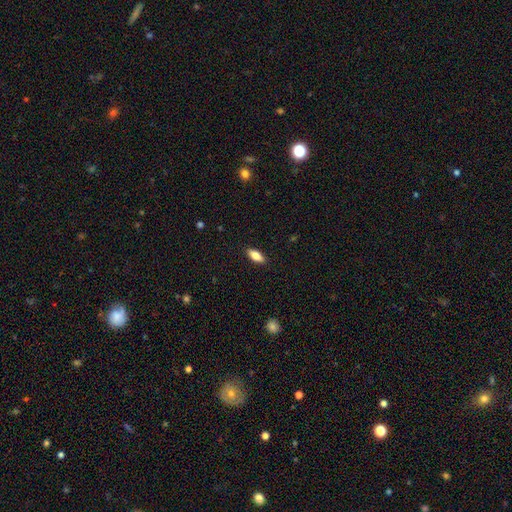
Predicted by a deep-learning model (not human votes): Overall: smooth (79%). How rounded: in between (77%). Merging: none (89%).